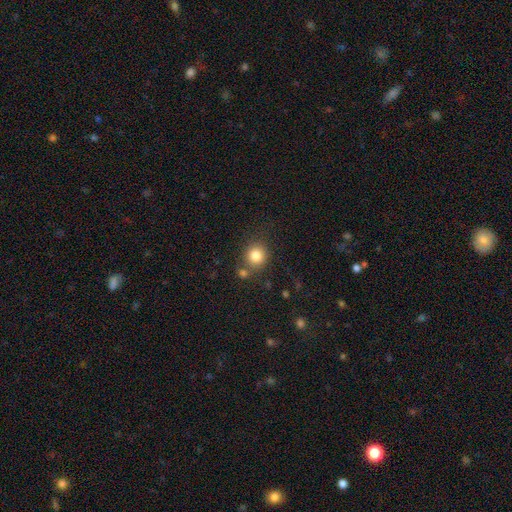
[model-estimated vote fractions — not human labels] smooth-or-featured: smooth: 82% | star or artifact: 11% | featured or disk: 7%
  how-rounded: round: 86% | in between: 13% | cigar-shaped: 1%
  merging: none: 71% | merger: 15% | minor disturbance: 10% | major disturbance: 4%